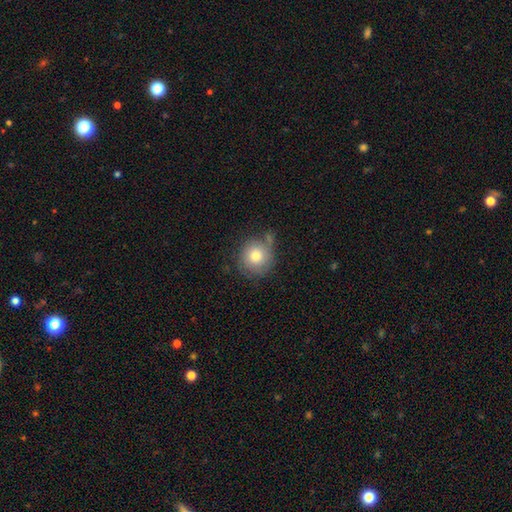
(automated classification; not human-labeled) smooth 75%, featured or disk 16%, star or artifact 9%. Down the decision tree: how rounded — round (91%); merging — none (62%).